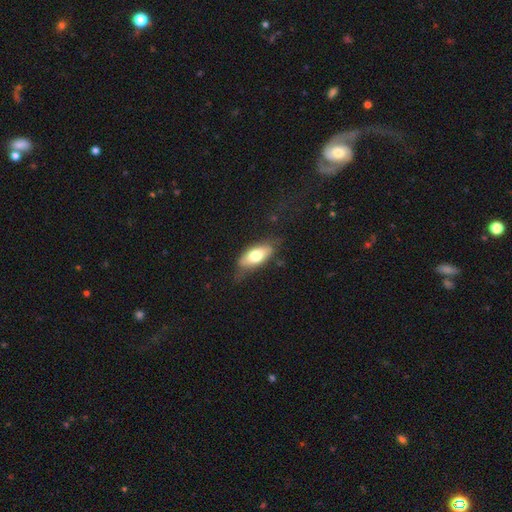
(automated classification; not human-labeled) smooth-or-featured: smooth: 66% | featured or disk: 28% | star or artifact: 6%
  how-rounded: in between: 81% | cigar-shaped: 16% | round: 3%
  merging: none: 65% | minor disturbance: 25% | major disturbance: 9% | merger: 2%